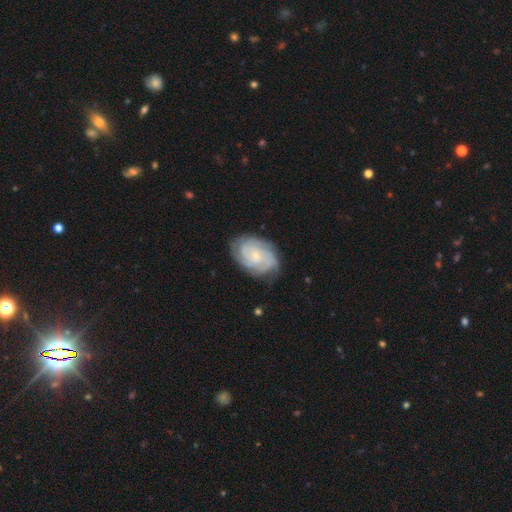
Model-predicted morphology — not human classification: The model was most divided on "spiral arm count": can't tell: 32%, 3: 21%, 2: 19%, 4: 17%, more than 4: 6%, 1: 6%. More confident: edge-on disk — no (98%); spiral arms — yes (96%); smooth or featured — featured or disk (80%); merging — none (75%); spiral winding — tight (71%); bar — no (68%); bulge size — small (68%).